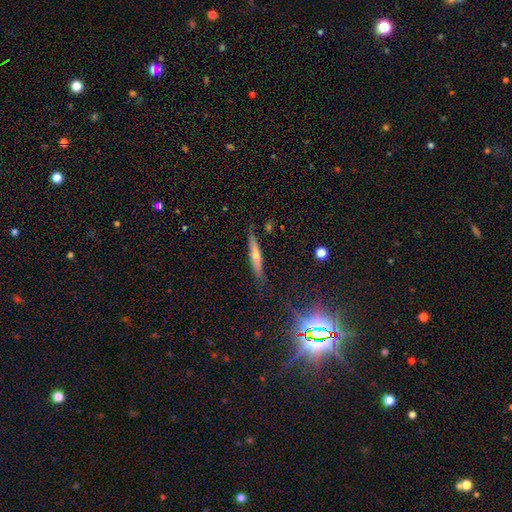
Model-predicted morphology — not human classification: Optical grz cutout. It shows a featured or disk galaxy (50%). Merging: none (84%).